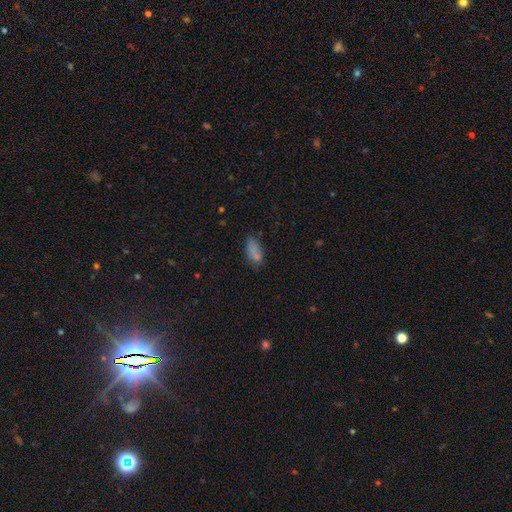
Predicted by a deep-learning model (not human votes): Smooth or featured: smooth — 74% (star or artifact — 18%)
How rounded: in between — 83% (cigar-shaped — 13%)
Merging: none — 69% (minor disturbance — 21%)